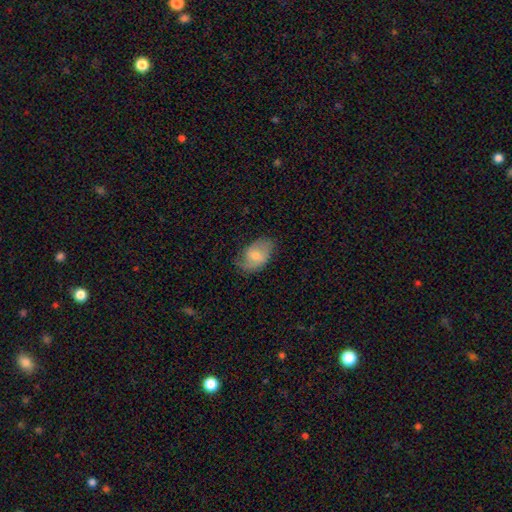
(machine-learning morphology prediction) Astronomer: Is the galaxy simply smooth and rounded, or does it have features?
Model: smooth — 53% (runner-up: featured or disk, 40%).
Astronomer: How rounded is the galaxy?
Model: in between — 88%.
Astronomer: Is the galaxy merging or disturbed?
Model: none — 62%.